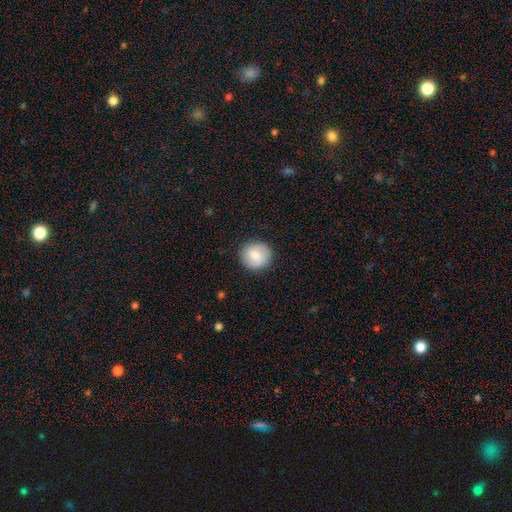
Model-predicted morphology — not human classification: A smooth galaxy with no disk features (73%) that is round (91%).

Vote fractions:
- Smooth or featured? smooth: 73% / featured or disk: 20% / star or artifact: 7%
- How rounded? round: 91% / in between: 8% / cigar-shaped: 1%
- Merging? none: 88% / minor disturbance: 9% / major disturbance: 2% / merger: 1%